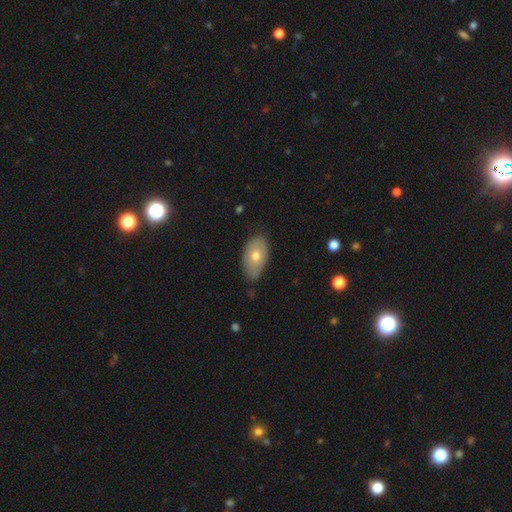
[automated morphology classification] Smooth or featured? smooth (65%)
How rounded? in between (92%)
Merging? none (74%)